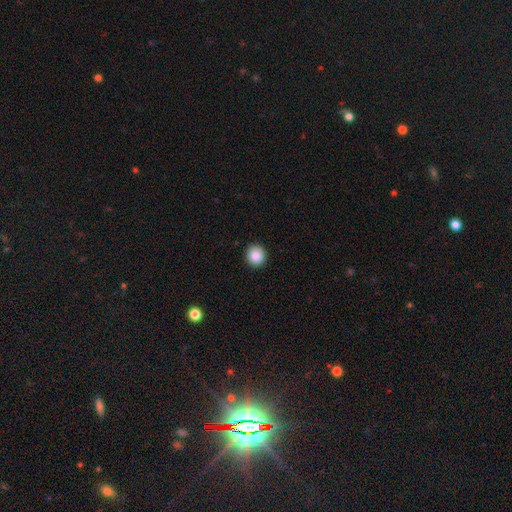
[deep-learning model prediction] Smooth or featured? smooth (88%)
How rounded? round (90%)
Merging? none (92%)